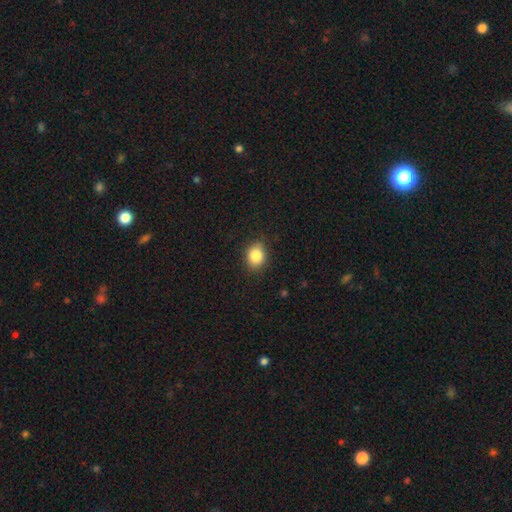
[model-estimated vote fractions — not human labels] This is clearly a smooth galaxy (84%). How rounded: possibly round (52%). Merging: clearly none (85%).